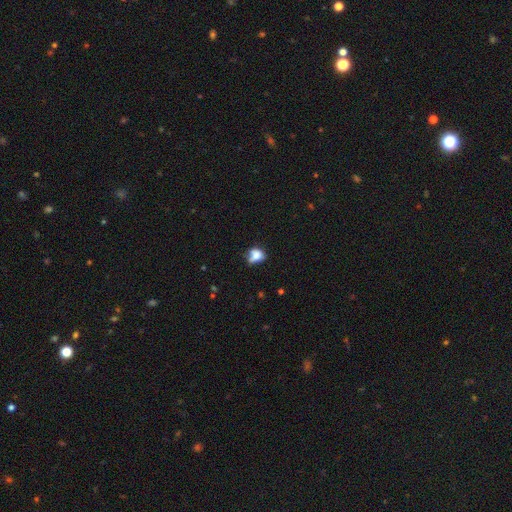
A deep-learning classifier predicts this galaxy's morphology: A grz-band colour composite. It shows a smooth galaxy with no disk features (74%) that is in between round and cigar-shaped (53%). Merging: none (35%).